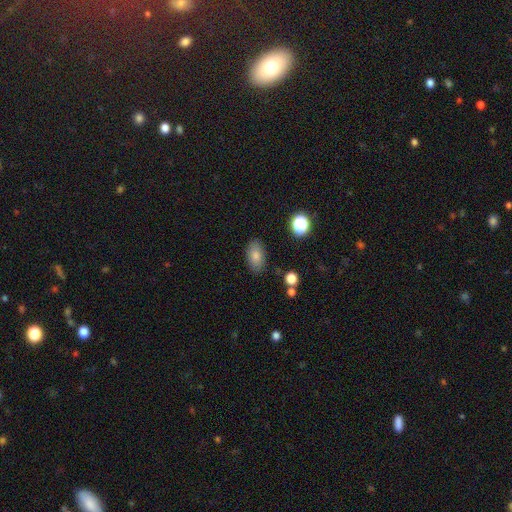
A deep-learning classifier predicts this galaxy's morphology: Smooth or featured? smooth (81%)
How rounded? in between (90%)
Merging? none (84%)